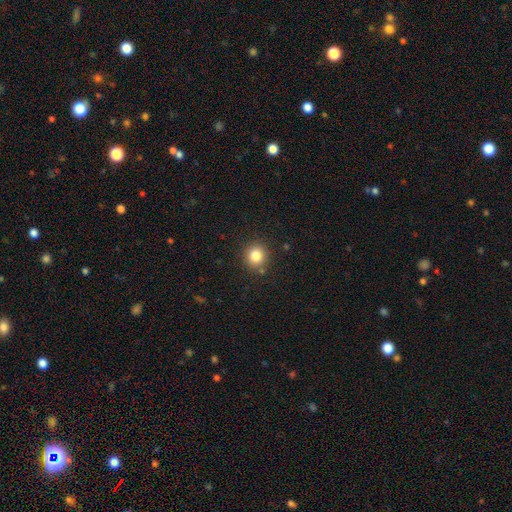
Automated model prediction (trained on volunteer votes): This appears to be a smooth galaxy with no disk features (83%) that is round (89%). Merging: none (87%).